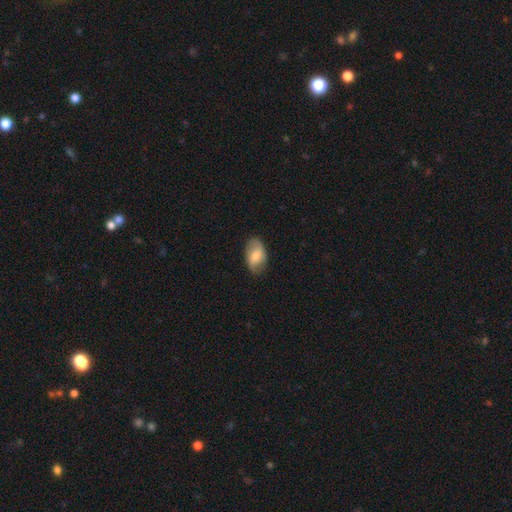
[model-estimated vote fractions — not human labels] Morphology: type=smooth (62%); roundness=in between (91%); merging=none (78%).